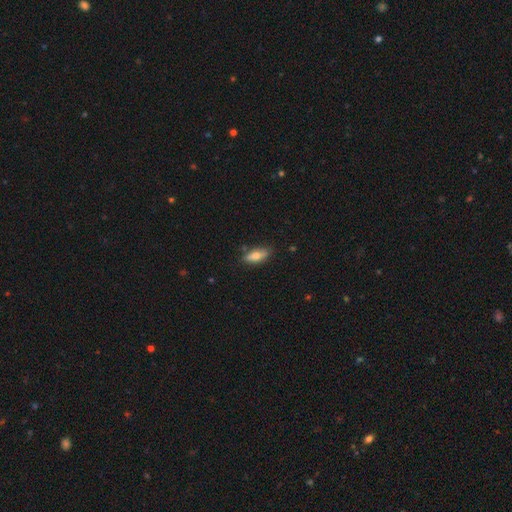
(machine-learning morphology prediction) smooth-or-featured: smooth: 72% | featured or disk: 21% | star or artifact: 7%
  how-rounded: in between: 77% | cigar-shaped: 20% | round: 3%
  merging: none: 78% | minor disturbance: 17% | major disturbance: 3% | merger: 2%